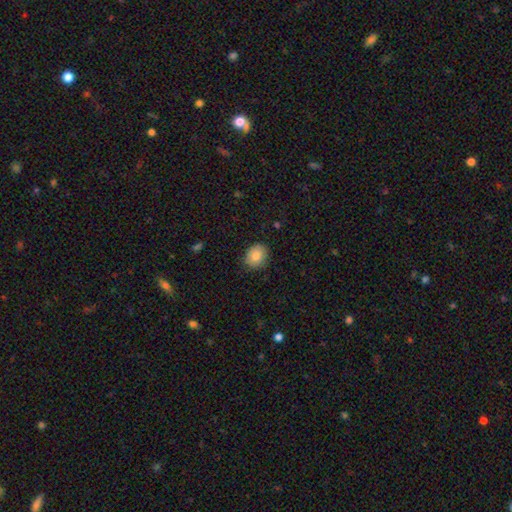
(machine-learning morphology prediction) Smooth or featured? smooth (83%)
How rounded? round (61%)
Merging? none (82%)